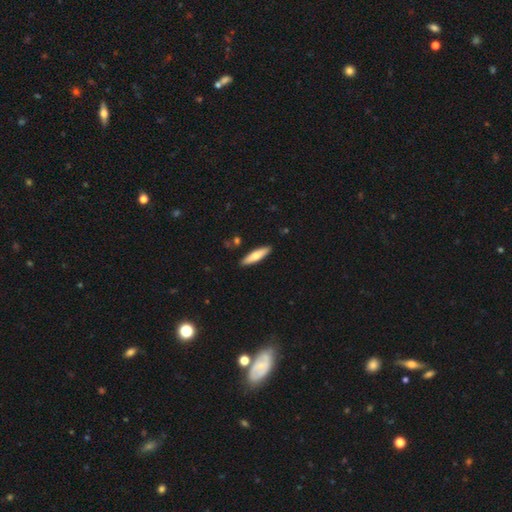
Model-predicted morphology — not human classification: This is likely a smooth galaxy (67%). How rounded: likely cigar-shaped (74%). Merging: clearly none (89%).